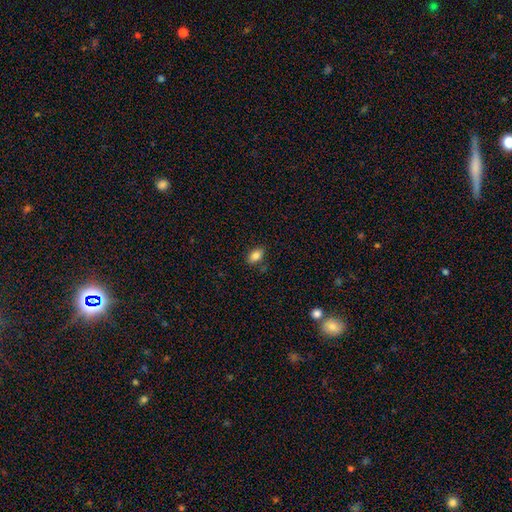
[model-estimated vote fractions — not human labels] Smooth or featured?
  - smooth: 85% *
  - star or artifact: 9%
  - featured or disk: 6%
How rounded?
  - in between: 88% *
  - round: 10%
  - cigar-shaped: 2%
Merging?
  - none: 83% *
  - minor disturbance: 11%
  - merger: 3%
  - major disturbance: 3%